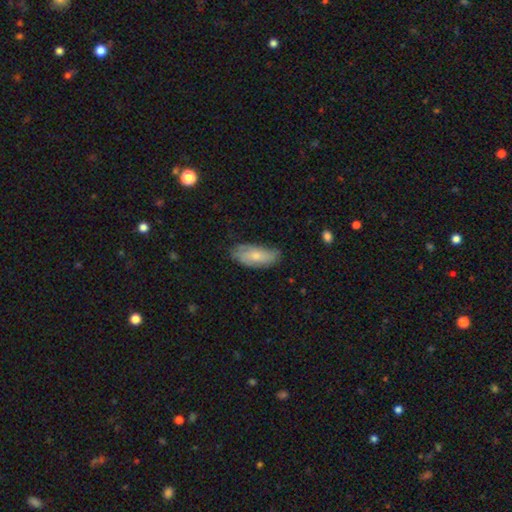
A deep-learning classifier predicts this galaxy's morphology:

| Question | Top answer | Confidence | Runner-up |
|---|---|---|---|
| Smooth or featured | smooth | 62% | featured or disk (31%) |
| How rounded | in between | 84% | cigar-shaped (13%) |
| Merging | none | 64% | minor disturbance (28%) |